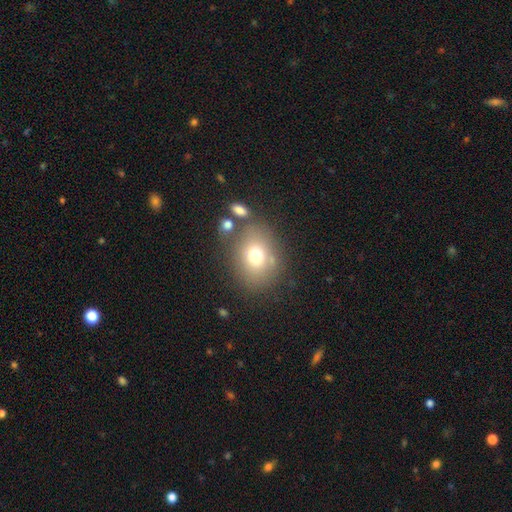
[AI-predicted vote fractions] Smooth or featured: smooth — 71% (featured or disk — 16%)
How rounded: round — 53% (in between — 46%)
Merging: none — 68% (minor disturbance — 14%)